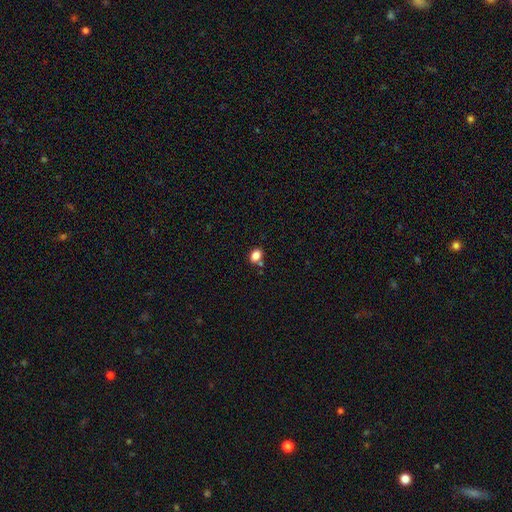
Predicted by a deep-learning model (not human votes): Smooth or featured: smooth — 83% (star or artifact — 11%)
How rounded: in between — 61% (round — 38%)
Merging: none — 70% (merger — 13%)